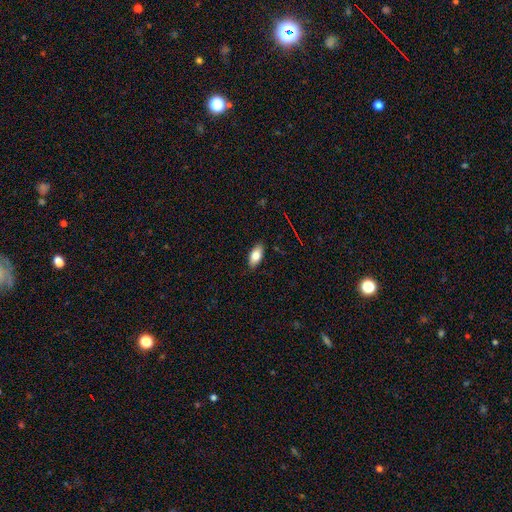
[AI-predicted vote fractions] Morphology: type=smooth (77%); roundness=in between (88%); merging=none (87%).